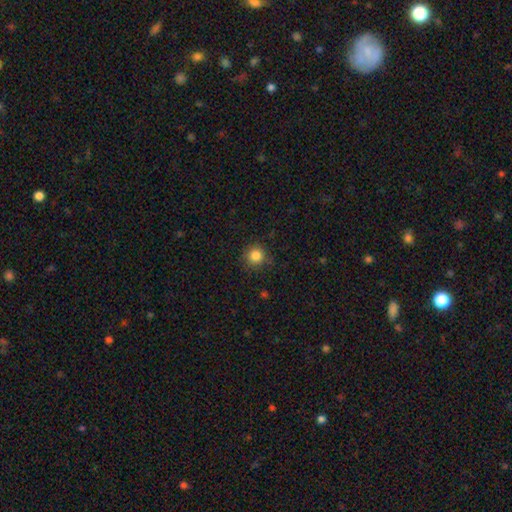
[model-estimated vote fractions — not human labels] smooth 84%, star or artifact 12%, featured or disk 5%. Down the decision tree: how rounded — round (94%); merging — none (88%).